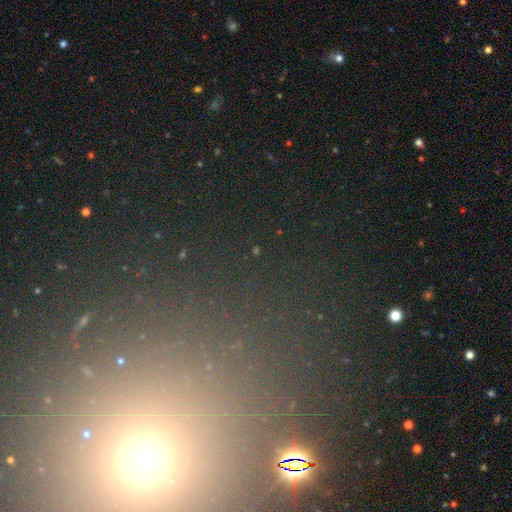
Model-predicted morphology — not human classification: Overall: star or artifact (60%; smooth 29%).